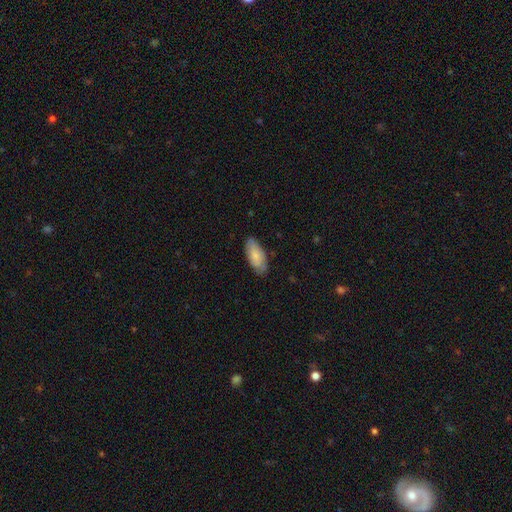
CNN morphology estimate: smooth-or-featured: smooth: 73% | featured or disk: 21% | star or artifact: 6%
  how-rounded: in between: 91% | cigar-shaped: 7% | round: 2%
  merging: none: 77% | minor disturbance: 19% | major disturbance: 3% | merger: 1%